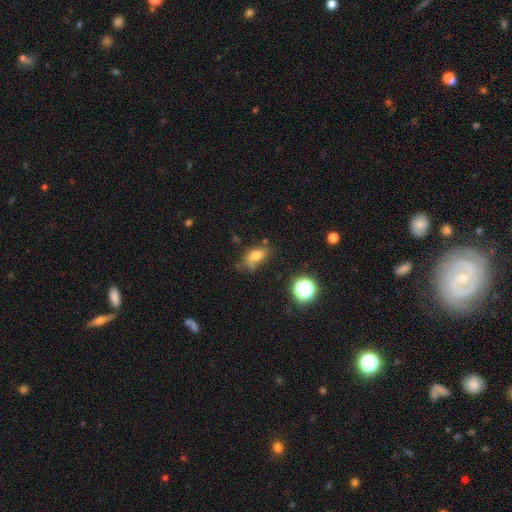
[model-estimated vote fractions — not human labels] smooth 74%, featured or disk 13%, star or artifact 13%. Down the decision tree: how rounded — in between (84%); merging — none (51%).